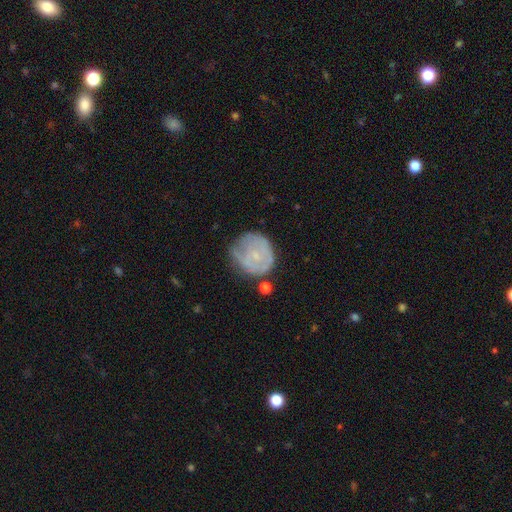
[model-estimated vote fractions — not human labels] Smooth or featured?
  - featured or disk: 47% *
  - smooth: 45%
  - star or artifact: 8%
Merging?
  - none: 51% *
  - minor disturbance: 30%
  - major disturbance: 14%
  - merger: 4%